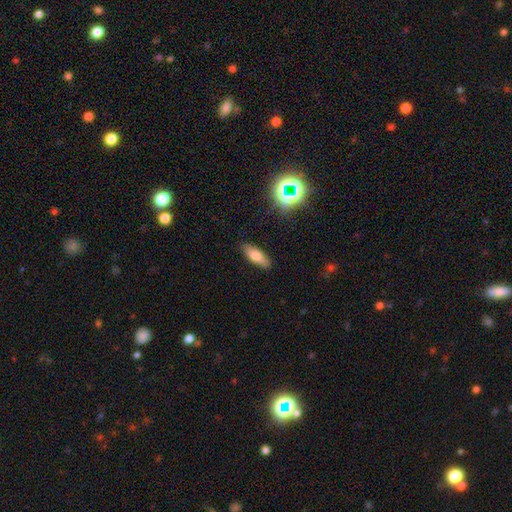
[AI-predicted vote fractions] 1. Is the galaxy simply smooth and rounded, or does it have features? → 73% smooth, 16% featured or disk, 11% star or artifact.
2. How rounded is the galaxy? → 64% in between, 33% cigar-shaped, 3% round.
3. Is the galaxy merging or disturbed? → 85% none, 12% minor disturbance, 3% major disturbance, 1% merger.